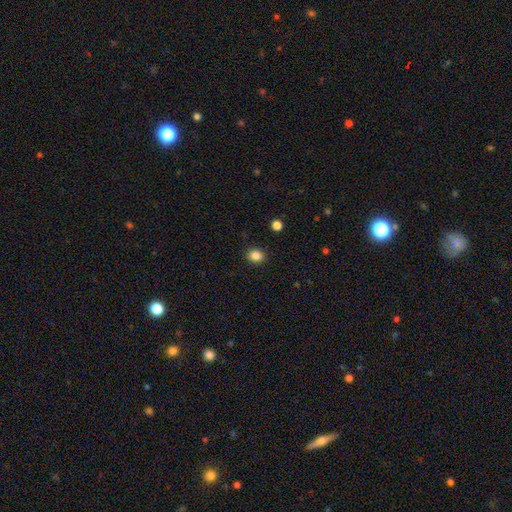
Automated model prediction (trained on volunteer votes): smooth-or-featured: smooth: 85% | star or artifact: 11% | featured or disk: 4%
  how-rounded: round: 73% | in between: 26% | cigar-shaped: 1%
  merging: none: 91% | minor disturbance: 6% | major disturbance: 2% | merger: 1%